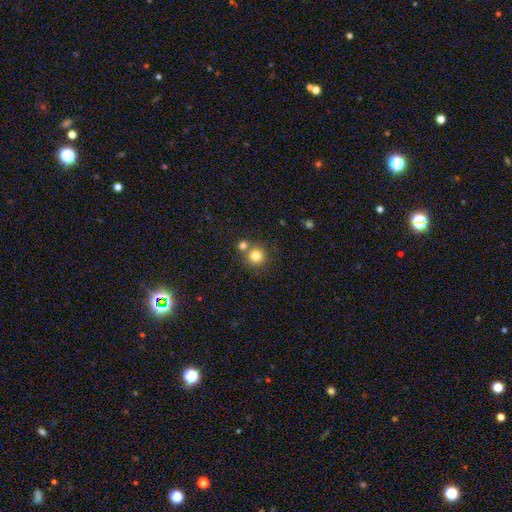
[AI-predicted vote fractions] This appears to be a smooth galaxy with no disk features (80%) that is round (93%). Merging: none (68%).